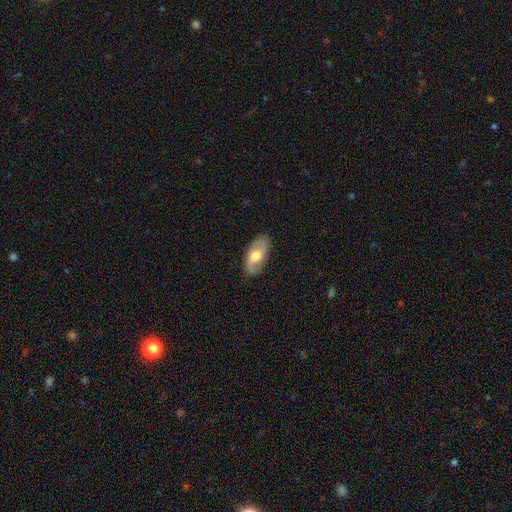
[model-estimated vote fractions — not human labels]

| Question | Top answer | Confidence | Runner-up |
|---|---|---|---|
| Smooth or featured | featured or disk | 64% | smooth (31%) |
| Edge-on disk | no | 92% | yes (8%) |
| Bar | no | 57% | weak (35%) |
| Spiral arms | yes | 83% | no (17%) |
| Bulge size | moderate | 69% | large (18%) |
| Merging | none | 84% | minor disturbance (12%) |